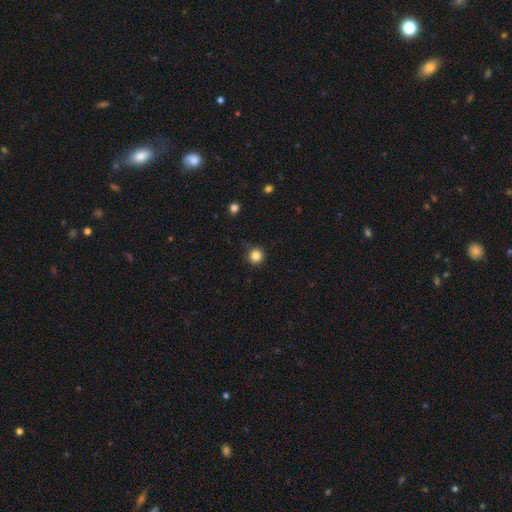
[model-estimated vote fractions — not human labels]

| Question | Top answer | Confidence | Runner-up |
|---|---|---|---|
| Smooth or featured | smooth | 83% | star or artifact (12%) |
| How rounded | round | 95% | in between (4%) |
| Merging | none | 88% | minor disturbance (8%) |